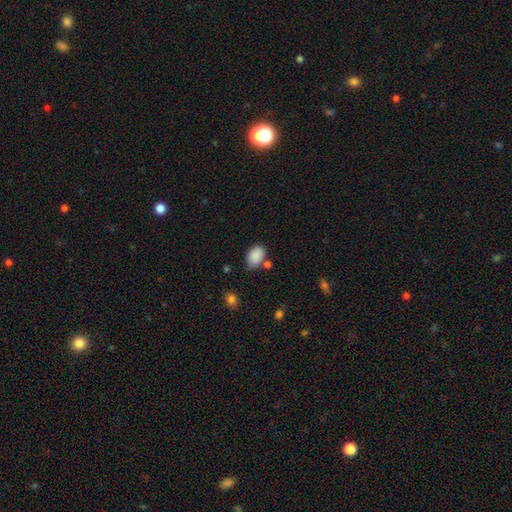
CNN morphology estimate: This is clearly a smooth galaxy (88%). How rounded: clearly in between (83%). Merging: likely none (66%).